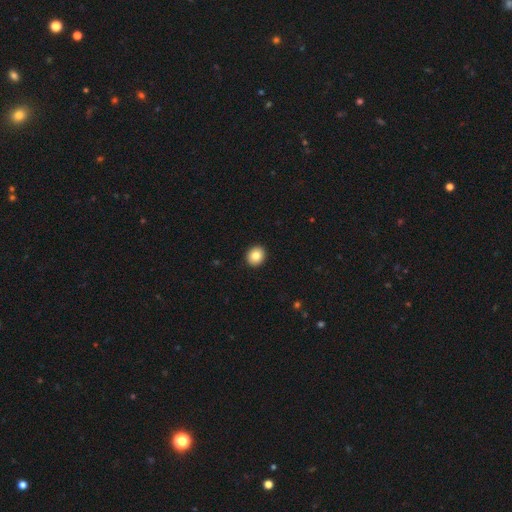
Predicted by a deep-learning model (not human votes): smooth_or_featured: smooth (p=0.84) [alt: star or artifact p=0.09]
how_rounded: round (p=0.78) [alt: in between p=0.21]
merging: none (p=0.93) [alt: minor disturbance p=0.05]